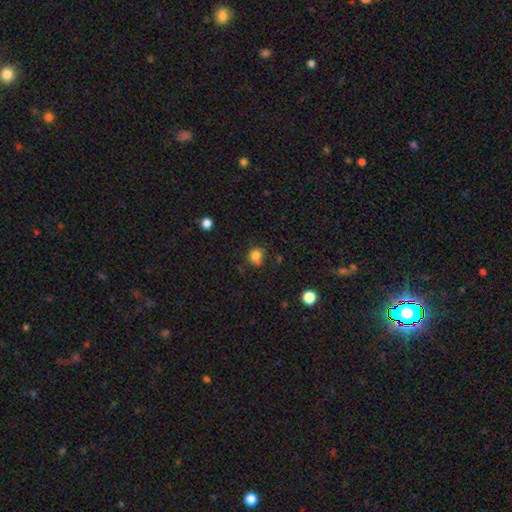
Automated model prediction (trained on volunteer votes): Smooth or featured: smooth — 81% (star or artifact — 13%)
How rounded: round — 78% (in between — 21%)
Merging: none — 64% (minor disturbance — 24%)